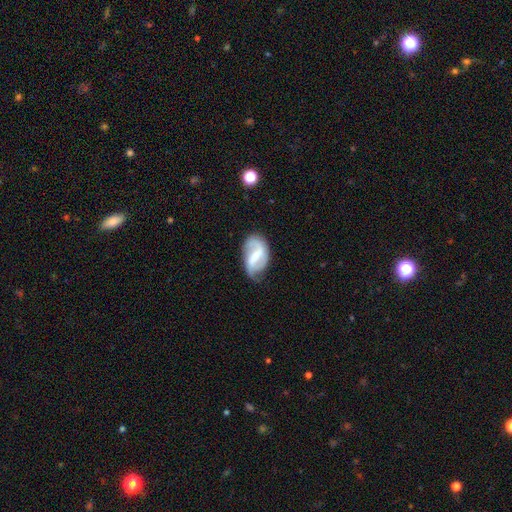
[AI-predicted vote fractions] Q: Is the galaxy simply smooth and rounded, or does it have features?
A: featured or disk — 70%.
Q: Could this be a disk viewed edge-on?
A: no — 96%.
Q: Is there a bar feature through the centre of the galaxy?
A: strong — 47%.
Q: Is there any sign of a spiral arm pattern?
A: yes — 85%.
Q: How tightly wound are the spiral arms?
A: loose — 47%.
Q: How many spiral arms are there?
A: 2 — 77%.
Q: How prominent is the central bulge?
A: small — 46%.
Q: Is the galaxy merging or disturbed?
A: none — 55%.